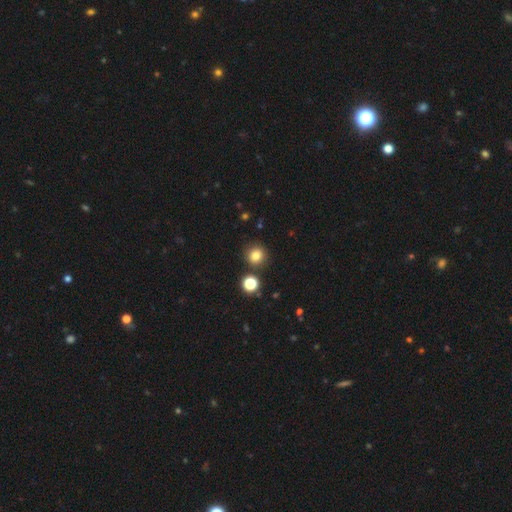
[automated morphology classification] Smooth or featured? smooth (81%)
How rounded? round (90%)
Merging? none (84%)